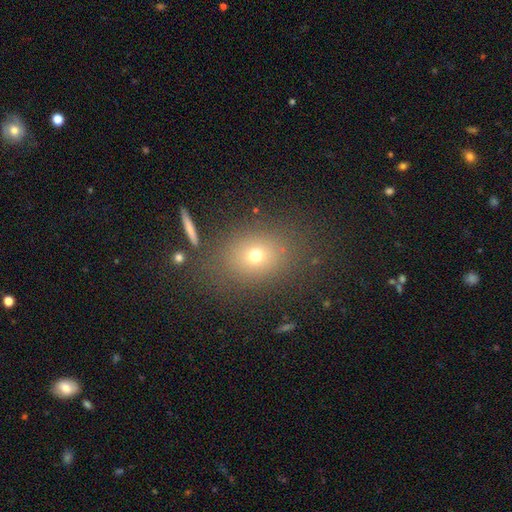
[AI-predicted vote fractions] Smooth or featured: smooth — 68% (star or artifact — 19%)
How rounded: round — 54% (in between — 44%)
Merging: none — 79% (minor disturbance — 11%)